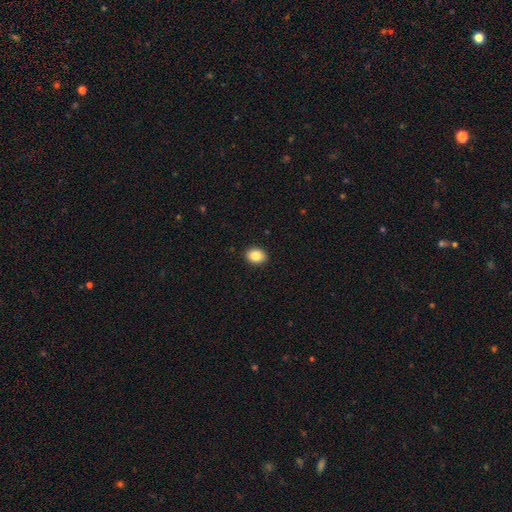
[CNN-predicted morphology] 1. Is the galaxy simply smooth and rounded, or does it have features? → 86% smooth, 8% star or artifact, 6% featured or disk.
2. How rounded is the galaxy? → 60% in between, 39% round, 1% cigar-shaped.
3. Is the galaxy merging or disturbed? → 91% none, 6% minor disturbance, 2% major disturbance, 1% merger.